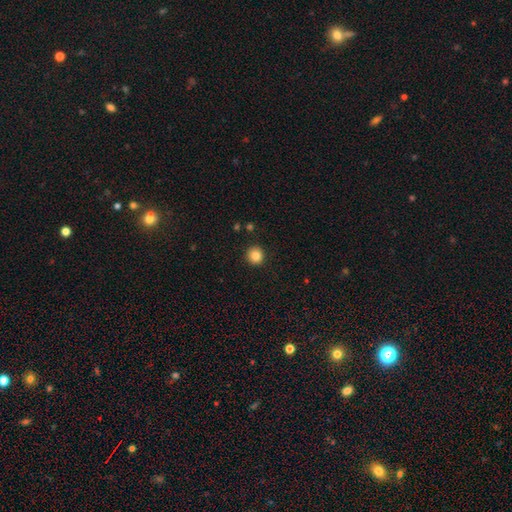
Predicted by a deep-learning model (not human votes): A smooth galaxy with no disk features (84%) that is round (93%). Merging: none (92%).